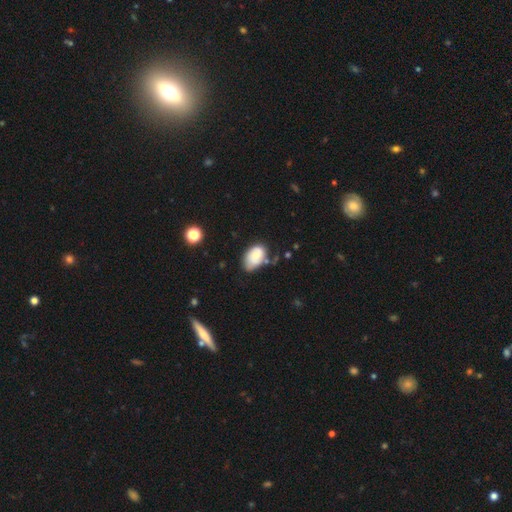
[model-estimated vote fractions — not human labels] This is possibly a smooth galaxy (58%). How rounded: clearly in between (88%). Merging: possibly none (49%).